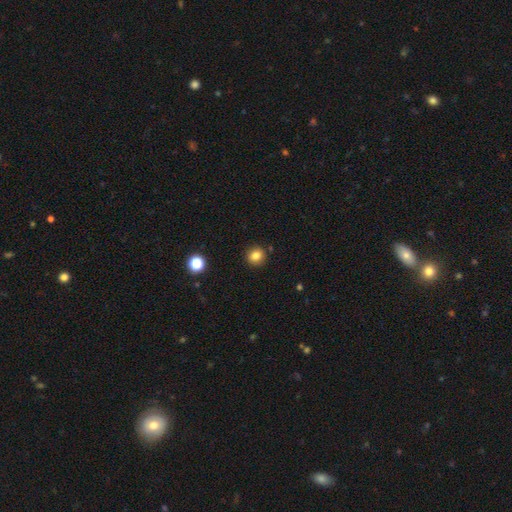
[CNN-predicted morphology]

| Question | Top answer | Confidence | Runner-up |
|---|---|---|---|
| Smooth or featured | smooth | 83% | star or artifact (12%) |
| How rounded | round | 89% | in between (10%) |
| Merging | none | 90% | minor disturbance (6%) |